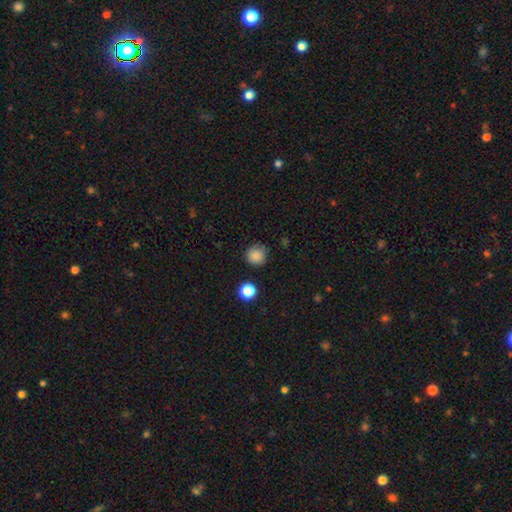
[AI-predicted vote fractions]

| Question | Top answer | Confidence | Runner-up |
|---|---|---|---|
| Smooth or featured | smooth | 85% | star or artifact (11%) |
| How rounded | round | 93% | in between (6%) |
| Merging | none | 85% | minor disturbance (10%) |